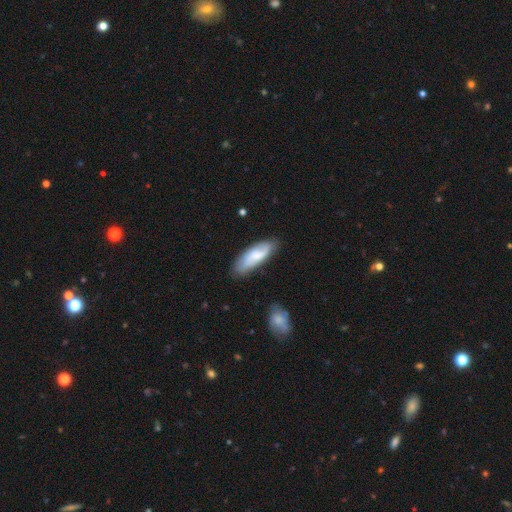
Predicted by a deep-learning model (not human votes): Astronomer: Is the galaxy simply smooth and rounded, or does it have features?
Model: smooth — 60%.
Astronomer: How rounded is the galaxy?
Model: in between — 68%.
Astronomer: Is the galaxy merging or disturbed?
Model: none — 73%.